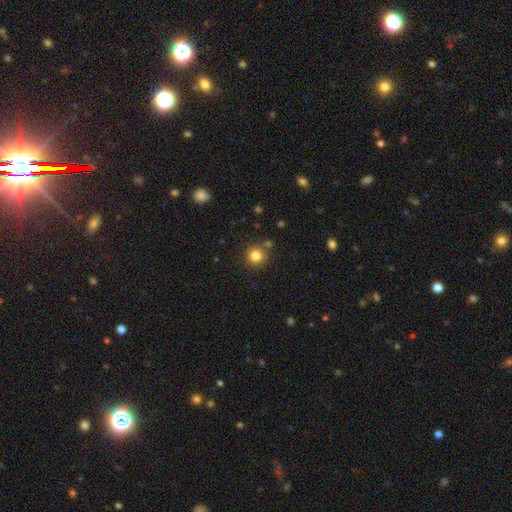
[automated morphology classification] This is clearly a smooth galaxy (82%). How rounded: clearly round (93%). Merging: clearly none (82%).